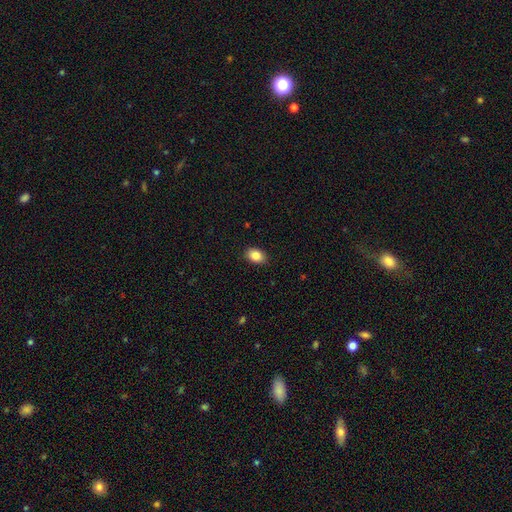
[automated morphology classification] This appears to be a smooth galaxy with no disk features (86%) that is in between round and cigar-shaped (79%). Merging: none (89%).